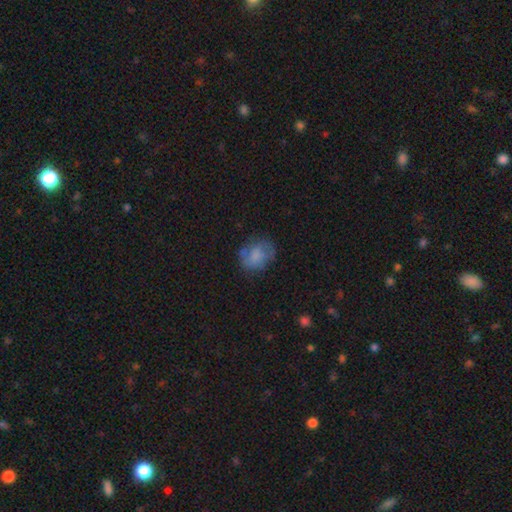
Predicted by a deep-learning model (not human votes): Smooth or featured? Predicted: smooth (p=0.60). How rounded? Predicted: round (p=0.54). Merging? Predicted: none (p=0.64).